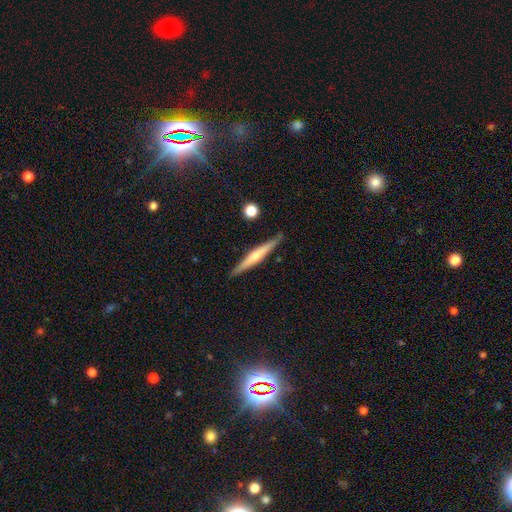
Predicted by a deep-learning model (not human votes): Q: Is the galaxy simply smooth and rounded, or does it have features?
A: featured or disk — 60%.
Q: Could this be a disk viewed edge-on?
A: yes — 97%.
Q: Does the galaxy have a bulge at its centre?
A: rounded — 71%.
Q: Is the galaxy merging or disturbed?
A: none — 88%.